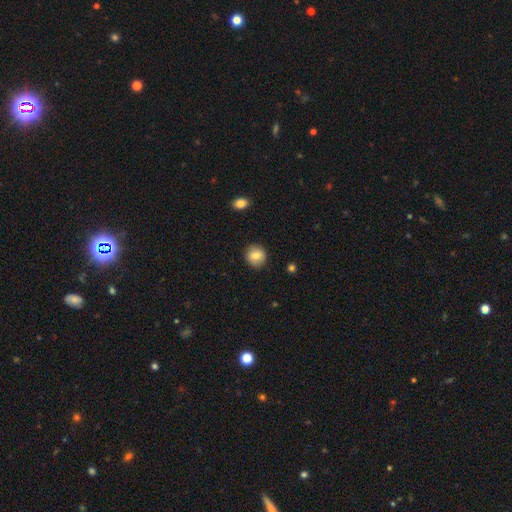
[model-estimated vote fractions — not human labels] This appears to be a smooth galaxy with no disk features (80%) that is round (86%). Merging: none (88%).